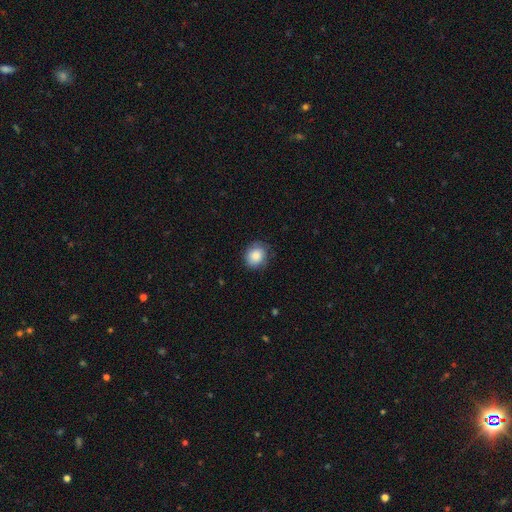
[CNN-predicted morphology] This is clearly a smooth galaxy (80%). How rounded: likely round (73%). Merging: likely none (75%).